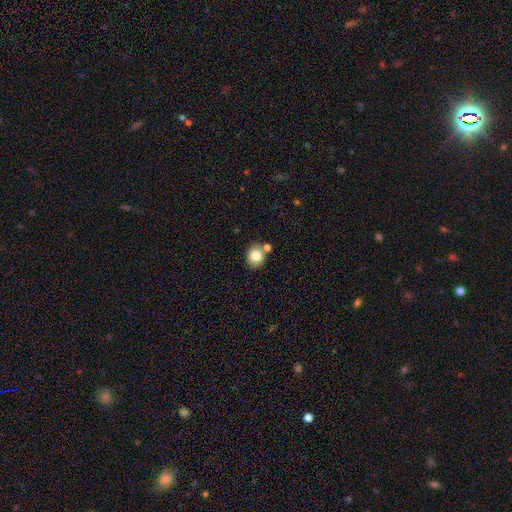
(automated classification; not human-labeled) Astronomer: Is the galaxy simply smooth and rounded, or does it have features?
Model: smooth — 83%.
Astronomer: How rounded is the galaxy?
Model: round — 71%.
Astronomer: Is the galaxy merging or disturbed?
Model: none — 68%.